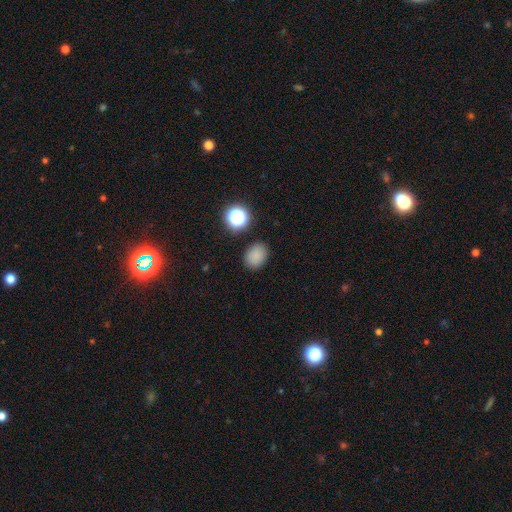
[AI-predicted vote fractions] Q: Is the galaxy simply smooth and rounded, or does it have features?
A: smooth — 82%.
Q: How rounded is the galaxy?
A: in between — 58%.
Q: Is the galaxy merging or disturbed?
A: none — 85%.